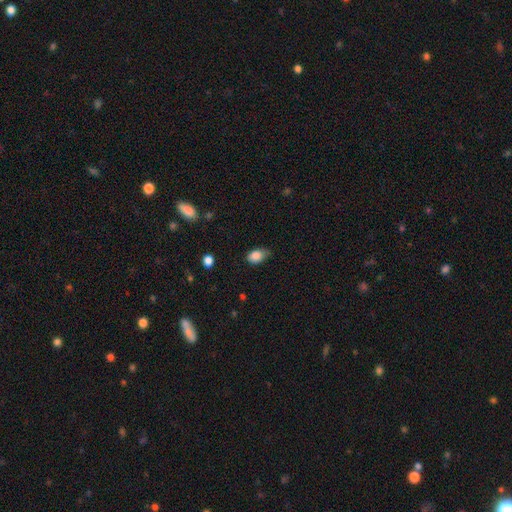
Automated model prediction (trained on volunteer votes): This is clearly a smooth galaxy (85%). How rounded: clearly in between (86%). Merging: possibly none (56%).